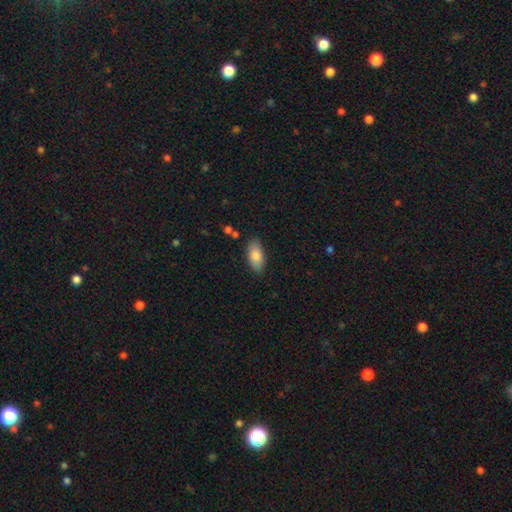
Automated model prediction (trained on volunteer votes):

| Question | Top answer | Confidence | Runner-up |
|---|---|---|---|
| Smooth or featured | smooth | 82% | featured or disk (11%) |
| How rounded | in between | 91% | cigar-shaped (6%) |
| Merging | none | 83% | minor disturbance (12%) |